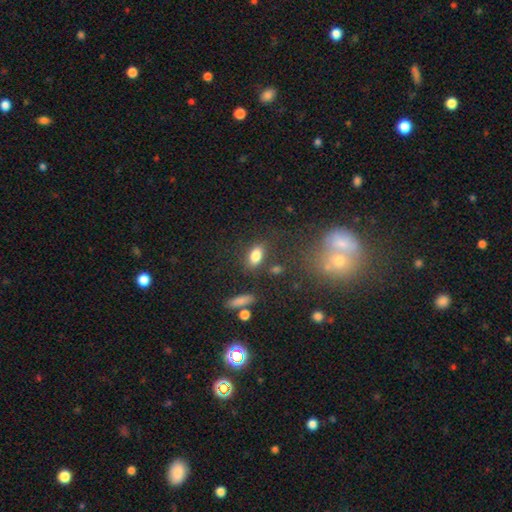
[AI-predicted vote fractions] Overall: smooth (82%). How rounded: in between (84%). Merging: none (77%).